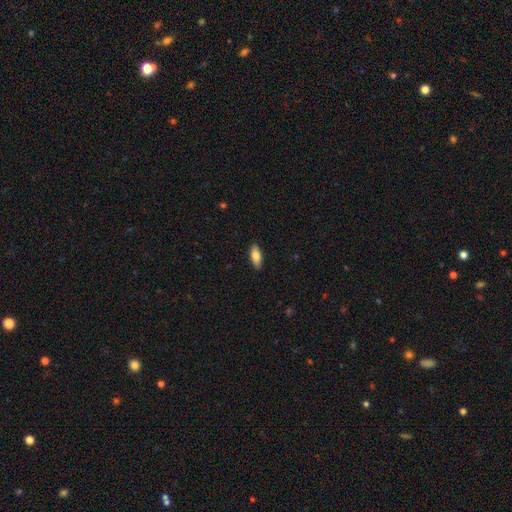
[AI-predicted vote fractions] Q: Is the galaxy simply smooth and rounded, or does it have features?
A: smooth — 79%.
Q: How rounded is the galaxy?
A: in between — 80%.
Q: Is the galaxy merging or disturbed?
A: none — 90%.